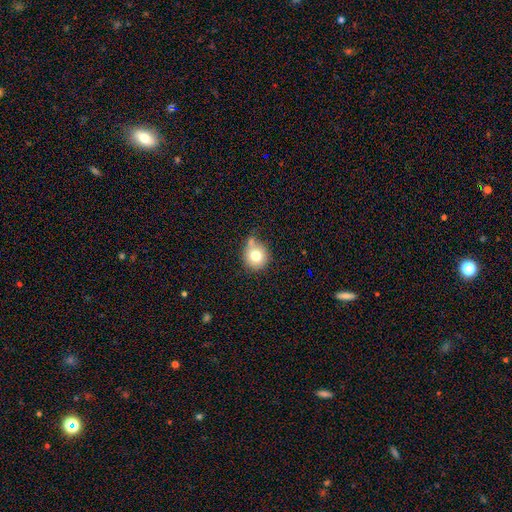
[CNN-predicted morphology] Smooth or featured?
  - smooth: 75% *
  - featured or disk: 14%
  - star or artifact: 11%
How rounded?
  - round: 86% *
  - in between: 13%
  - cigar-shaped: 1%
Merging?
  - none: 55% *
  - minor disturbance: 25%
  - merger: 13%
  - major disturbance: 7%